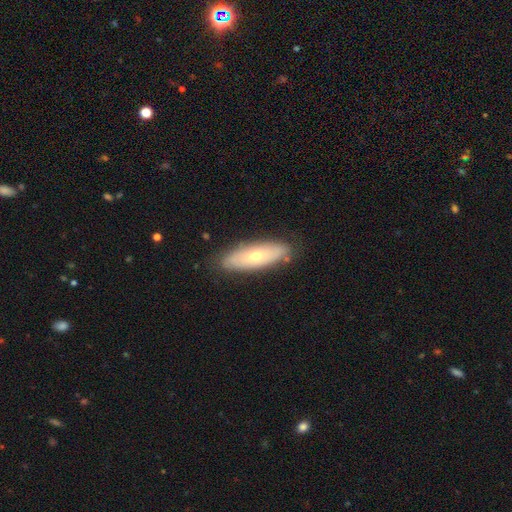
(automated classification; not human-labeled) This is possibly a smooth galaxy (50%). How rounded: possibly in between (54%). Merging: clearly none (84%).